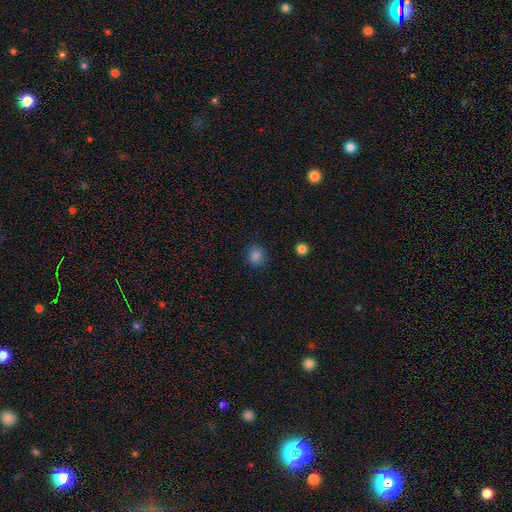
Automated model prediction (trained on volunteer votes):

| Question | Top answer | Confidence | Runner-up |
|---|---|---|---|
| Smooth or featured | smooth | 84% | star or artifact (12%) |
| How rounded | round | 78% | in between (22%) |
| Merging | none | 87% | minor disturbance (9%) |